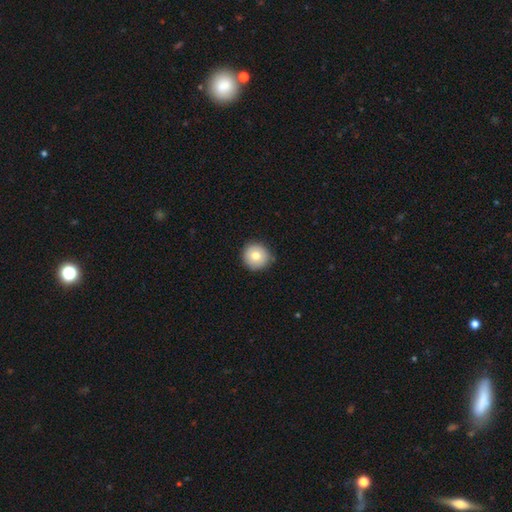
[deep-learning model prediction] smooth 75%, featured or disk 16%, star or artifact 9%. Down the decision tree: how rounded — round (94%); merging — none (89%).